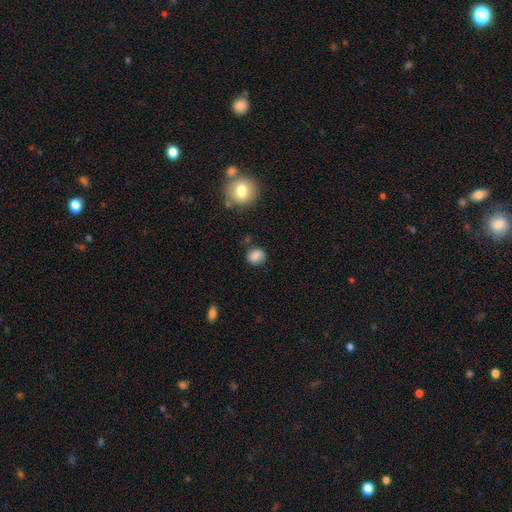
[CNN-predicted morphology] Overall: smooth (81%). How rounded: round (61%; in between 38%). Merging: none (75%).